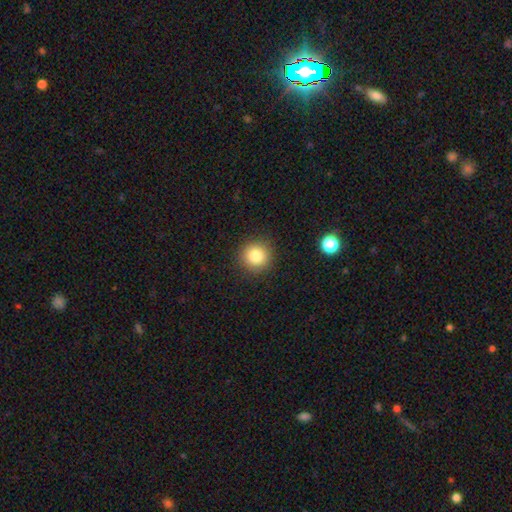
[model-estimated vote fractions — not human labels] The model was most divided on "smooth or featured": smooth: 82%, star or artifact: 11%, featured or disk: 7%. More confident: how rounded — round (93%); merging — none (90%).